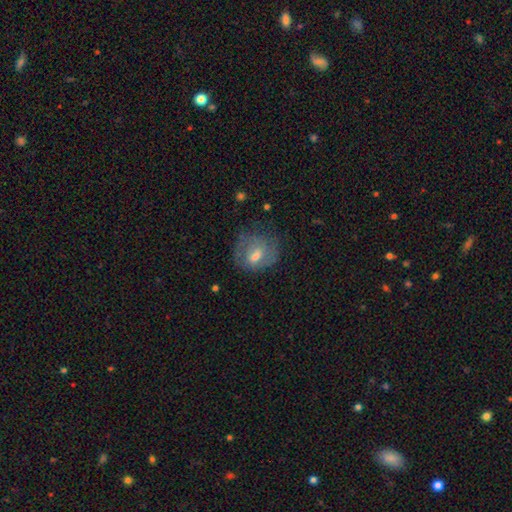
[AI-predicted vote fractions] Morphology: type=featured or disk (48%); merging=none (60%).